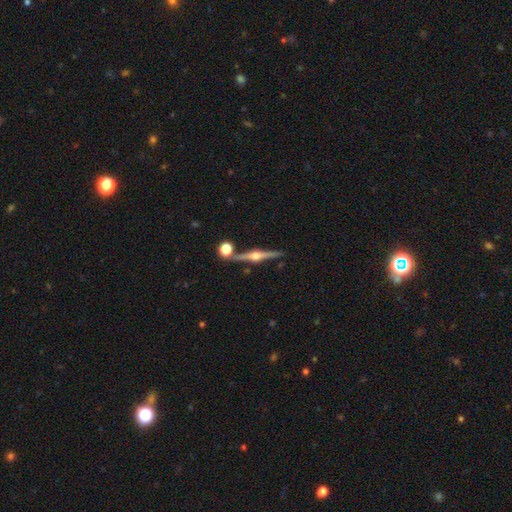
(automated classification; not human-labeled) A featured or disk galaxy (85%) viewed edge-on (98%) with a rounded central bulge (95%). Merging: none (84%).